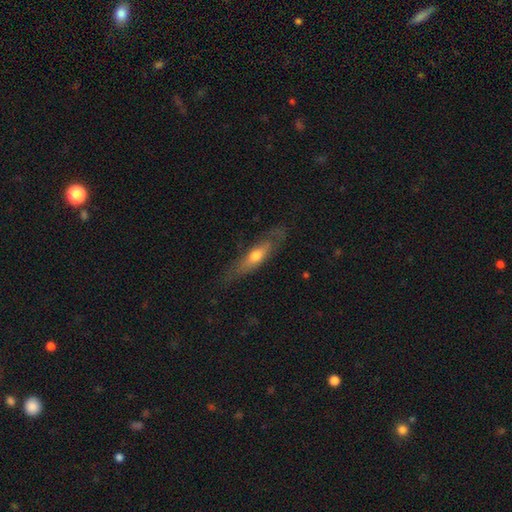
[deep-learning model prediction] smooth_or_featured: smooth (p=0.49) [alt: featured or disk p=0.45]
merging: none (p=0.72) [alt: minor disturbance p=0.20]